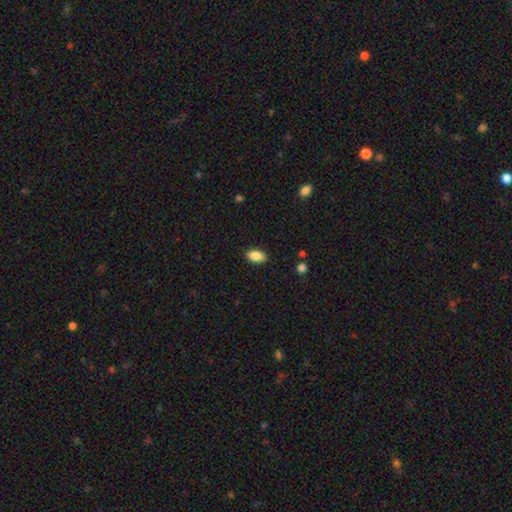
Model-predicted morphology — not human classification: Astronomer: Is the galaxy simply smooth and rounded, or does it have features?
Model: smooth — 88%.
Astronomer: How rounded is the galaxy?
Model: in between — 93%.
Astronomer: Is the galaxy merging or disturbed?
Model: none — 88%.